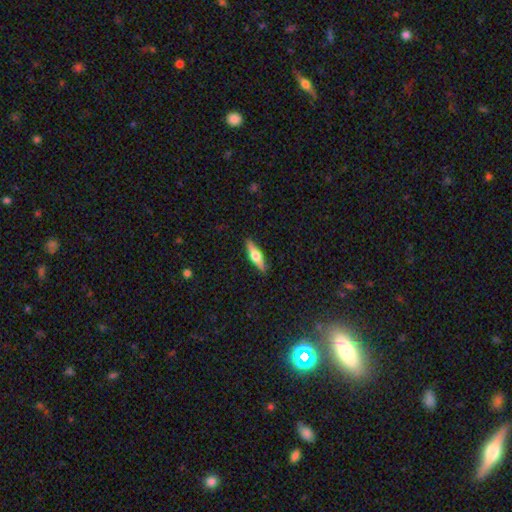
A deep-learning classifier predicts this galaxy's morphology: smooth_or_featured: featured or disk (p=0.57) [alt: smooth p=0.38]
disk_edge_on: yes (p=0.95) [alt: no p=0.05]
edge_on_bulge: rounded (p=0.94) [alt: boxy p=0.04]
merging: none (p=0.90) [alt: minor disturbance p=0.08]